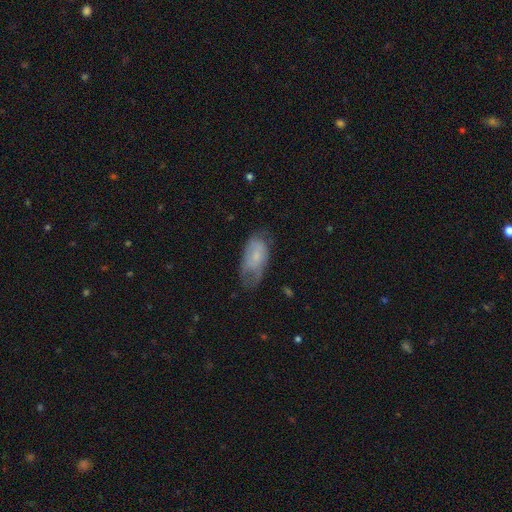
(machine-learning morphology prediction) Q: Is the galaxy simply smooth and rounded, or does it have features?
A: smooth — 55%.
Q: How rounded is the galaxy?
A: in between — 90%.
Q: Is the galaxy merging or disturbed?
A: none — 44%.